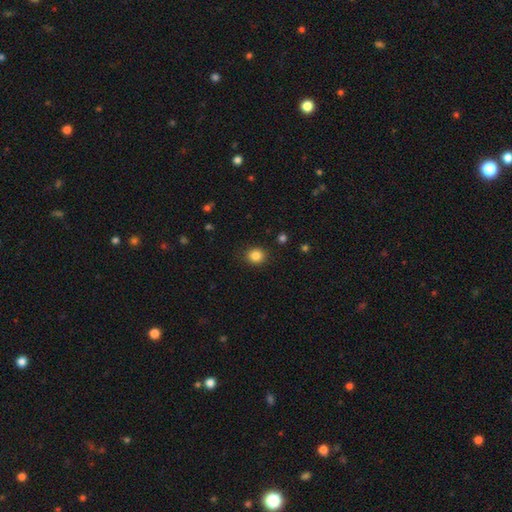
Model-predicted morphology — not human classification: Smooth or featured: smooth — 85% (star or artifact — 11%)
How rounded: round — 82% (in between — 17%)
Merging: none — 89% (minor disturbance — 7%)